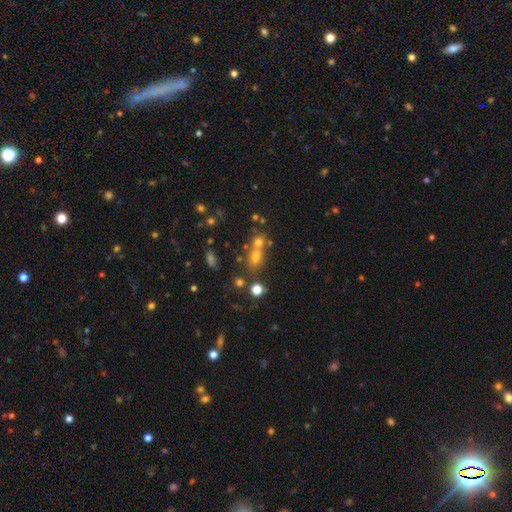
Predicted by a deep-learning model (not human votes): smooth-or-featured: smooth: 52% | star or artifact: 32% | featured or disk: 16%
  how-rounded: round: 58% | in between: 37% | cigar-shaped: 5%
  merging: none: 50% | merger: 37% | minor disturbance: 9% | major disturbance: 5%